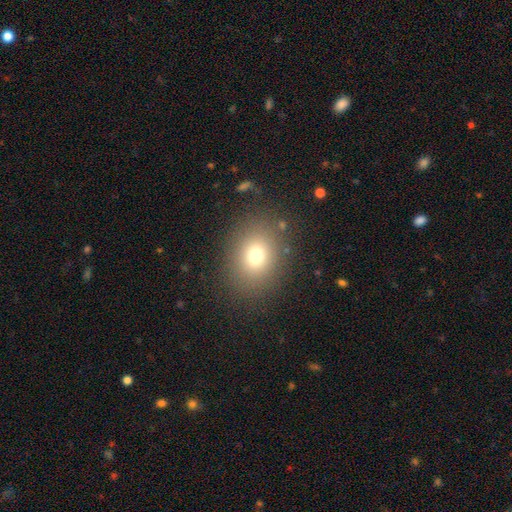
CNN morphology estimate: Smooth or featured? Predicted: smooth (p=0.74). How rounded? Predicted: round (p=0.57). Merging? Predicted: none (p=0.84).